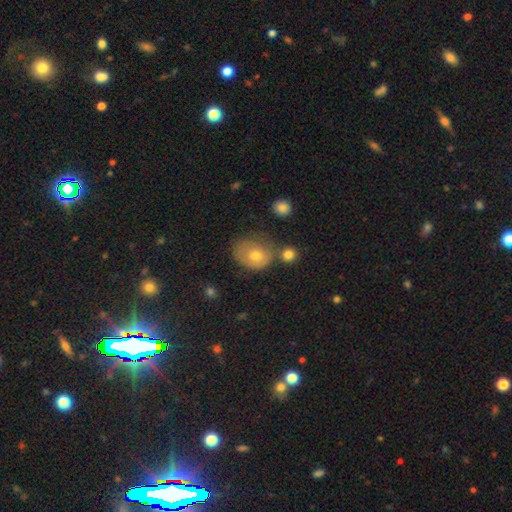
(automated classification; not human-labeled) Overall: smooth (65%). How rounded: round (55%; in between 44%). Merging: none (51%; minor disturbance 26%).